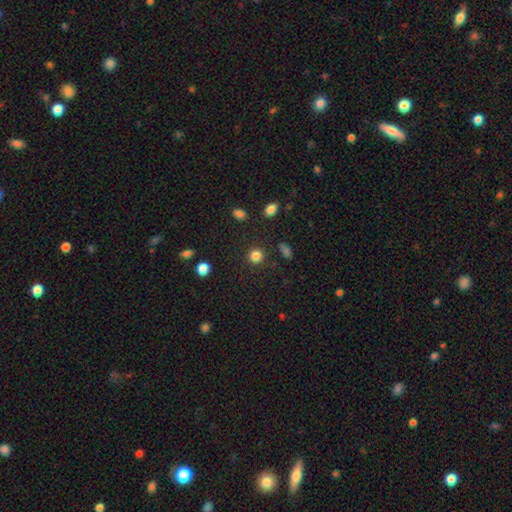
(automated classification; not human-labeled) Morphology: type=smooth (84%); roundness=round (90%); merging=none (87%).